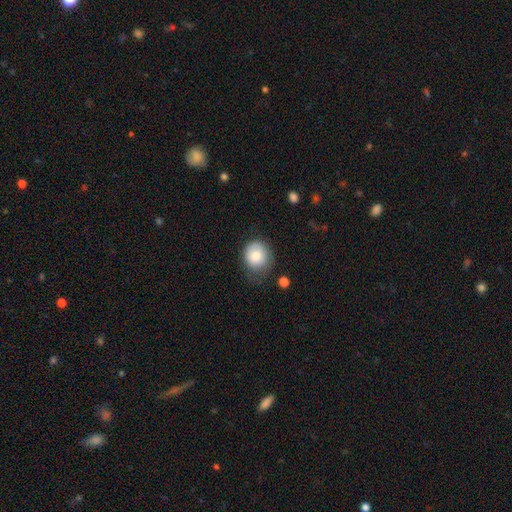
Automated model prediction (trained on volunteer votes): Q: Smooth or featured?
A: smooth (81%); runner-up: featured or disk (11%)
Q: How rounded?
A: round (79%); runner-up: in between (21%)
Q: Merging?
A: none (56%); runner-up: minor disturbance (31%)